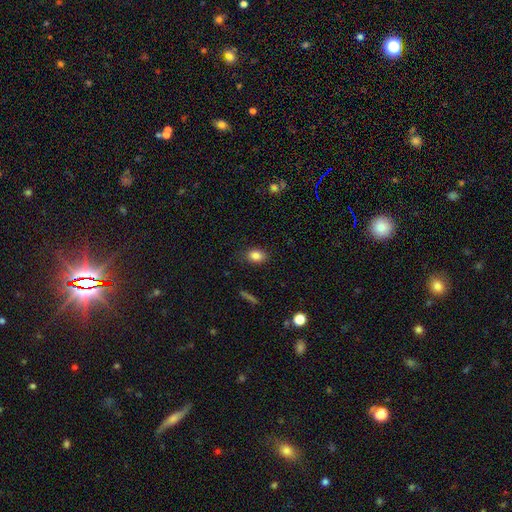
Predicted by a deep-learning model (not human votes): Smooth or featured? smooth (84%)
How rounded? in between (75%)
Merging? none (82%)